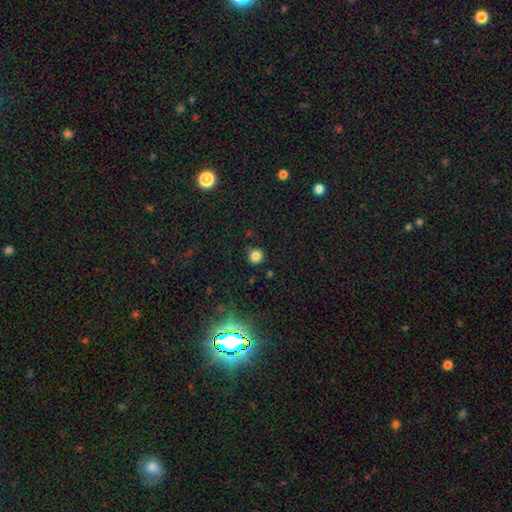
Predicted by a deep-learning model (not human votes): Smooth or featured?
  - smooth: 81% *
  - star or artifact: 14%
  - featured or disk: 5%
How rounded?
  - round: 94% *
  - in between: 5%
  - cigar-shaped: 1%
Merging?
  - none: 88% *
  - minor disturbance: 7%
  - major disturbance: 2%
  - merger: 2%